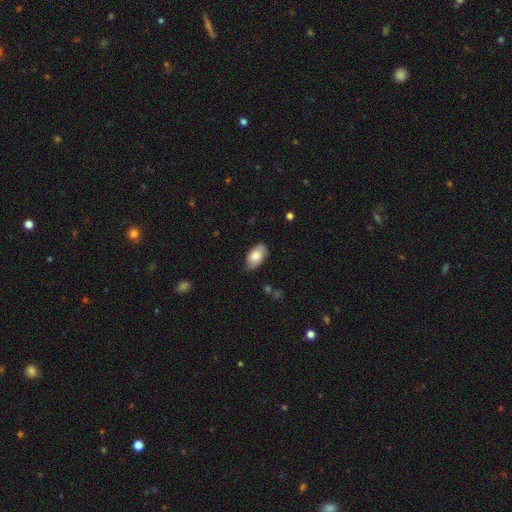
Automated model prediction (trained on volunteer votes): Smooth or featured: smooth — 73% (featured or disk — 21%)
How rounded: in between — 94% (round — 4%)
Merging: none — 74% (minor disturbance — 21%)